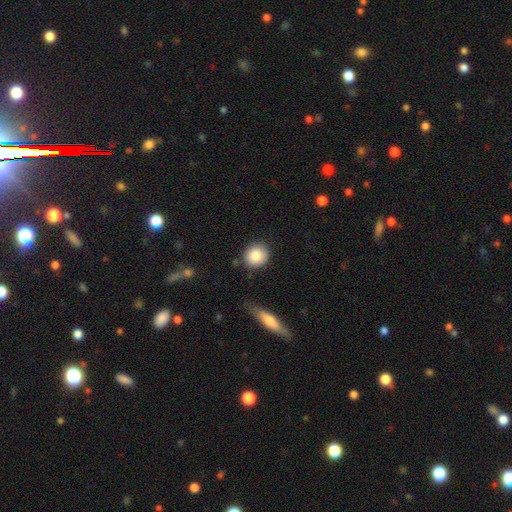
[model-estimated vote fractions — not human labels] smooth_or_featured: smooth (p=0.86) [alt: star or artifact p=0.08]
how_rounded: round (p=0.84) [alt: in between p=0.15]
merging: none (p=0.80) [alt: minor disturbance p=0.13]